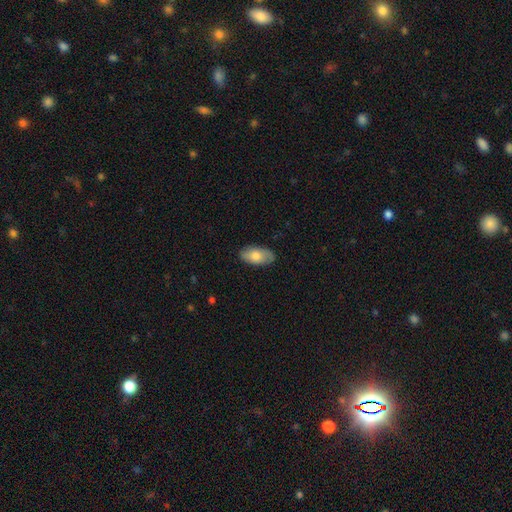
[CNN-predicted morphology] Smooth or featured?
  - smooth: 74% *
  - featured or disk: 20%
  - star or artifact: 6%
How rounded?
  - in between: 94% *
  - cigar-shaped: 3%
  - round: 3%
Merging?
  - none: 84% *
  - minor disturbance: 13%
  - major disturbance: 2%
  - merger: 1%